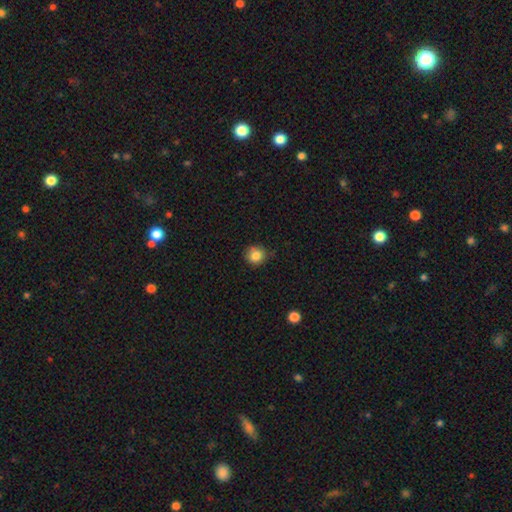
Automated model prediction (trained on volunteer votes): Smooth or featured: smooth — 83% (star or artifact — 10%)
How rounded: round — 87% (in between — 12%)
Merging: none — 77% (minor disturbance — 18%)